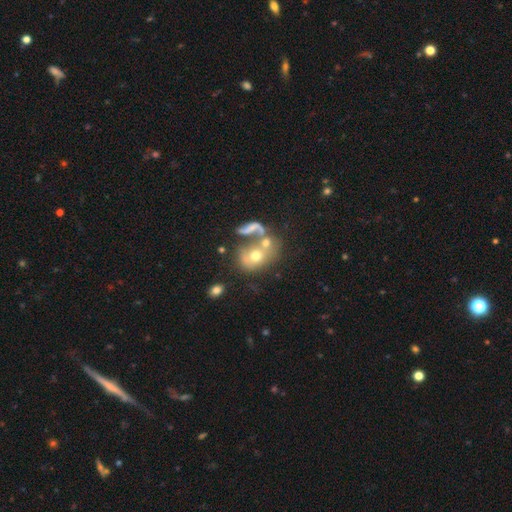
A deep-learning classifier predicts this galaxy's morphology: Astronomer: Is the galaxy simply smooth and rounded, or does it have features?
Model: smooth — 53% (runner-up: featured or disk, 34%).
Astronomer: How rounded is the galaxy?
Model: in between — 50% (runner-up: round, 48%).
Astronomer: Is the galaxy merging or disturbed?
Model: merger — 52%.